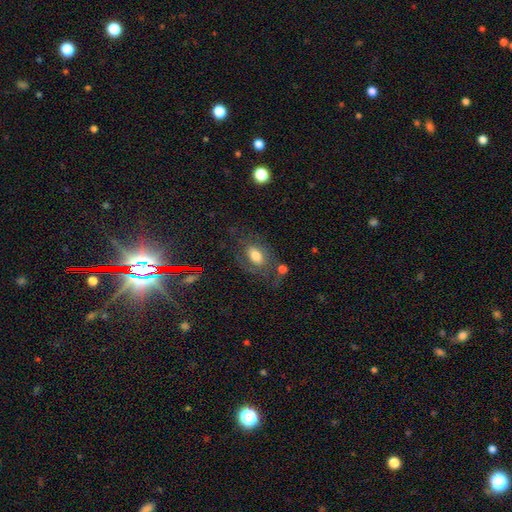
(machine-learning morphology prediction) The model was most divided on "smooth or featured": smooth: 53%, featured or disk: 36%, star or artifact: 11%. More confident: how rounded — in between (83%); merging — none (55%).